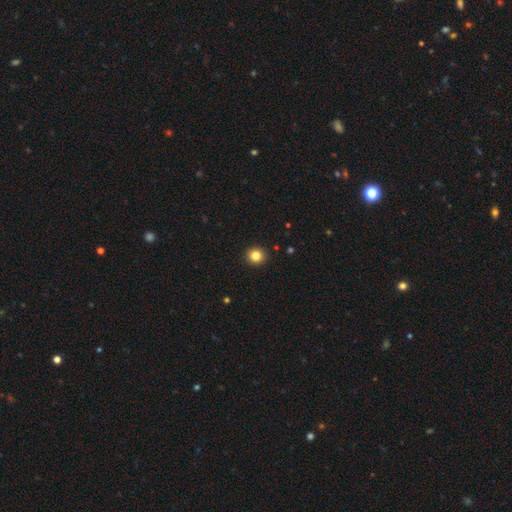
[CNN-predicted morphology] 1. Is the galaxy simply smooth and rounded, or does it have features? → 83% smooth, 11% star or artifact, 5% featured or disk.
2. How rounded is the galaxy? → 92% round, 7% in between, 1% cigar-shaped.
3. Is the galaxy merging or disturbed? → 93% none, 5% minor disturbance, 1% major disturbance, 1% merger.